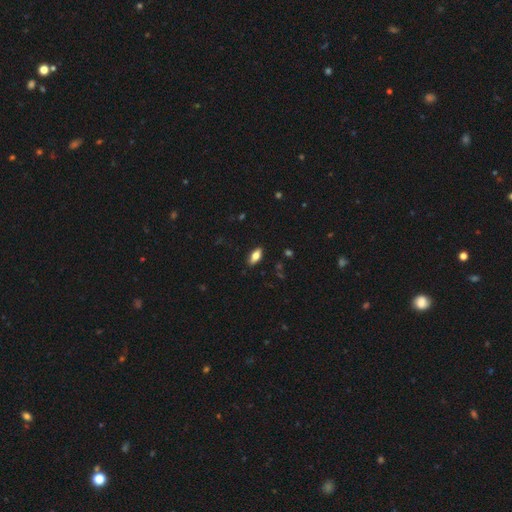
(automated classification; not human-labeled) A smooth galaxy with no disk features (73%) that is in between round and cigar-shaped (86%).

Vote fractions:
- Smooth or featured? smooth: 73% / featured or disk: 19% / star or artifact: 7%
- How rounded? in between: 86% / cigar-shaped: 11% / round: 3%
- Merging? none: 87% / minor disturbance: 10% / major disturbance: 2% / merger: 1%